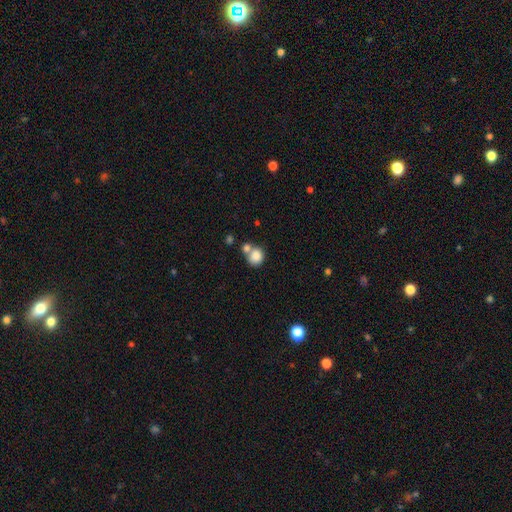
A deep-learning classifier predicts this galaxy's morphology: Smooth or featured? smooth (83%)
How rounded? round (78%)
Merging? merger (43%)